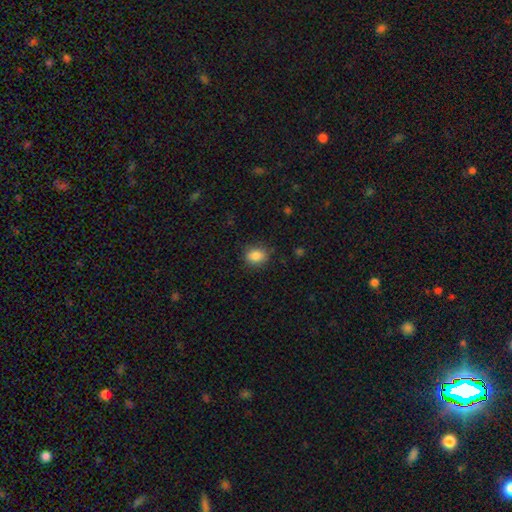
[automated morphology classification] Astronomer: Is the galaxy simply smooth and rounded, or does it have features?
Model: smooth — 86%.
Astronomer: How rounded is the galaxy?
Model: round — 50% (runner-up: in between, 49%).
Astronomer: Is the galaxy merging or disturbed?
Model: none — 83%.